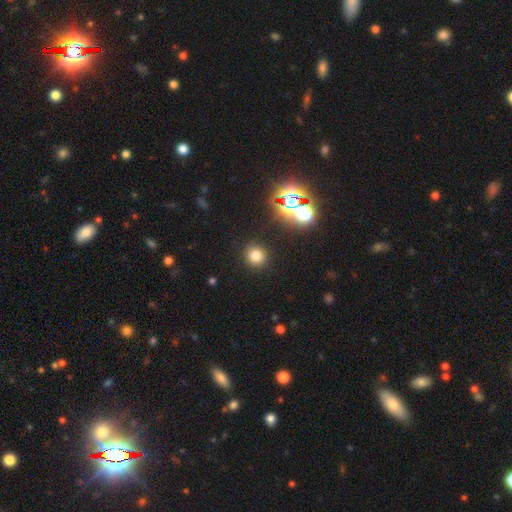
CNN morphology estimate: This is likely a smooth galaxy (73%). How rounded: clearly round (91%). Merging: clearly none (90%).